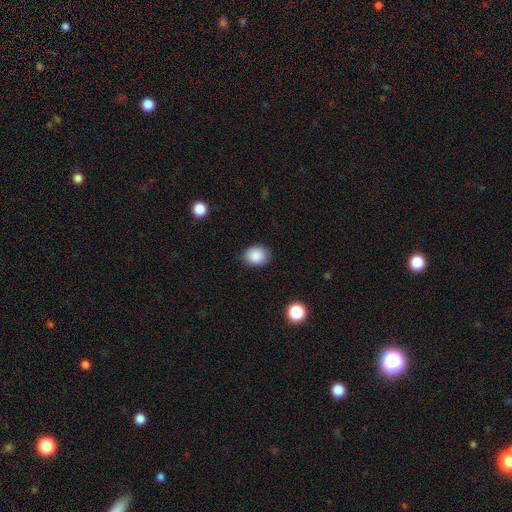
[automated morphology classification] smooth-or-featured: smooth: 88% | star or artifact: 8% | featured or disk: 4%
  how-rounded: in between: 50% | round: 49% | cigar-shaped: 1%
  merging: none: 83% | minor disturbance: 13% | major disturbance: 3% | merger: 1%